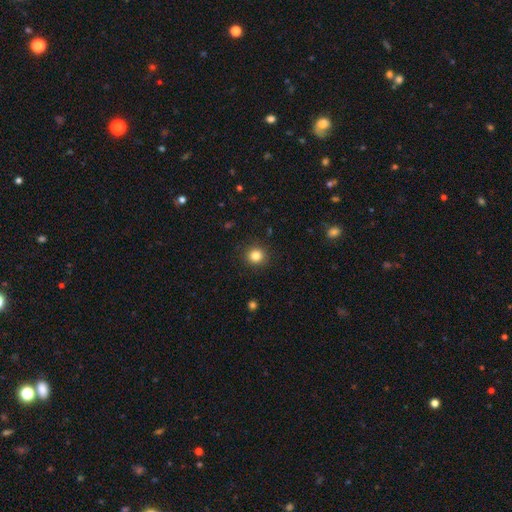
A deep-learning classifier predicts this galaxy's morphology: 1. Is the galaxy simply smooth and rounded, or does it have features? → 84% smooth, 11% star or artifact, 5% featured or disk.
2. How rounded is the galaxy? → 92% round, 7% in between, 1% cigar-shaped.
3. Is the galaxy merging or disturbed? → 91% none, 6% minor disturbance, 2% major disturbance, 1% merger.